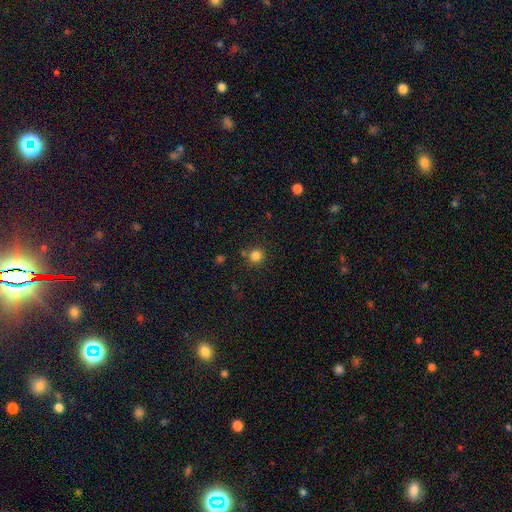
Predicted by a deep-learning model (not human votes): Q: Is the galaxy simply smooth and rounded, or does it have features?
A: smooth — 83%.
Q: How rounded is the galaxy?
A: round — 93%.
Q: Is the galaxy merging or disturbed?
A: none — 82%.